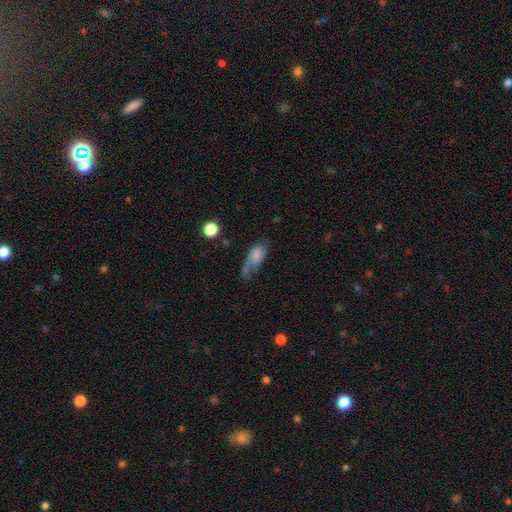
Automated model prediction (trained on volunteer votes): smooth-or-featured: smooth: 52% | featured or disk: 38% | star or artifact: 9%
  how-rounded: in between: 86% | cigar-shaped: 8% | round: 6%
  merging: none: 35% | major disturbance: 31% | minor disturbance: 29% | merger: 5%